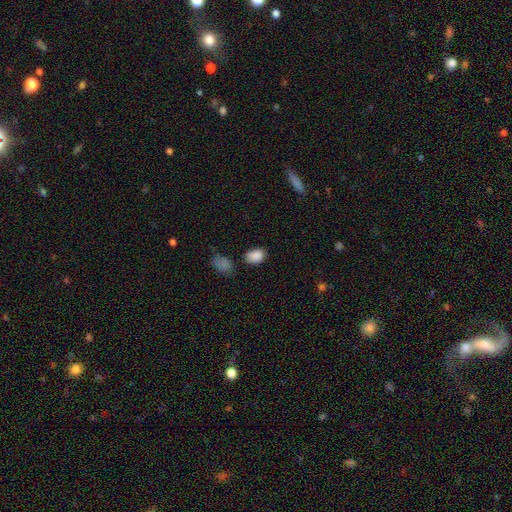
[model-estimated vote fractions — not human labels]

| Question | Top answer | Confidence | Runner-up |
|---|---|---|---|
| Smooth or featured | smooth | 87% | star or artifact (9%) |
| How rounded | in between | 76% | round (23%) |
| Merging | none | 72% | minor disturbance (18%) |